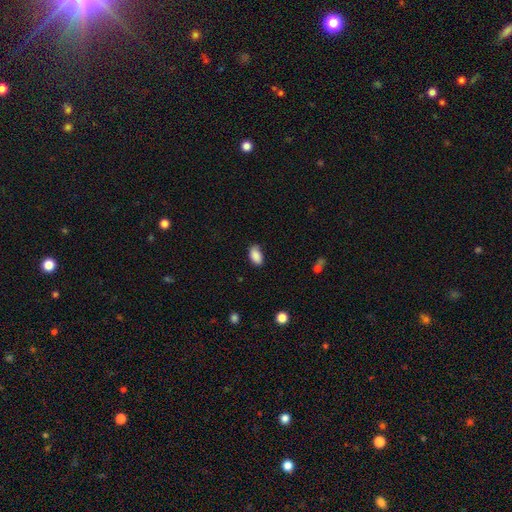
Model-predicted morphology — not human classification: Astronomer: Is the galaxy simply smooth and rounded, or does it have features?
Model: smooth — 89%.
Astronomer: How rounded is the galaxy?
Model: in between — 93%.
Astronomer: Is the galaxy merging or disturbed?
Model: none — 79%.